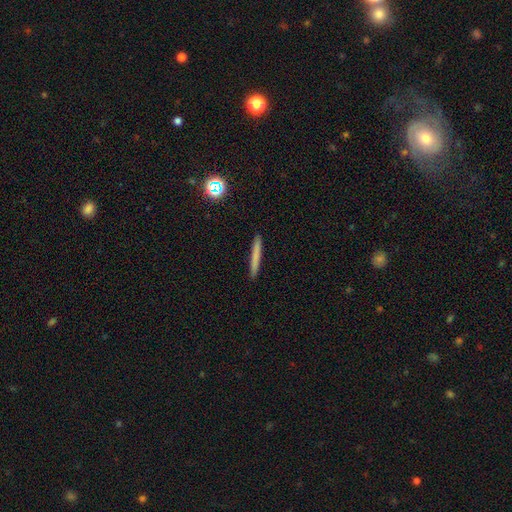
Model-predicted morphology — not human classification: smooth 72%, featured or disk 20%, star or artifact 8%. Down the decision tree: how rounded — cigar-shaped (96%); merging — none (92%).